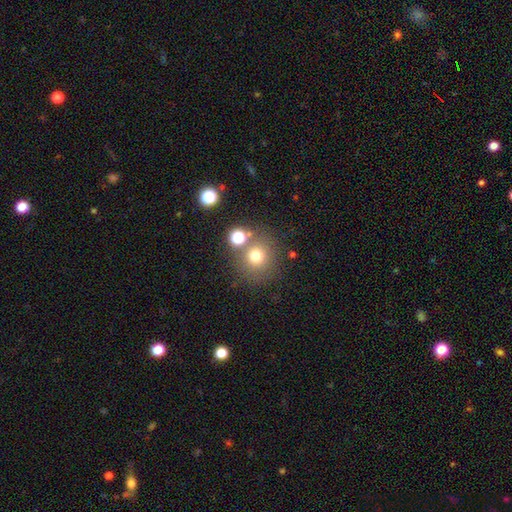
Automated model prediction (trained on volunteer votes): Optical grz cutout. It shows a smooth galaxy with no disk features (72%) that is round (90%). Merging: none (73%).